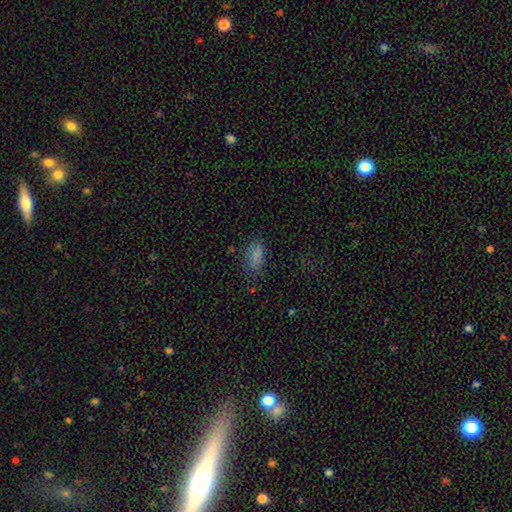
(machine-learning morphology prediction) smooth 80%, star or artifact 14%, featured or disk 6%. Down the decision tree: how rounded — in between (90%); merging — none (69%).